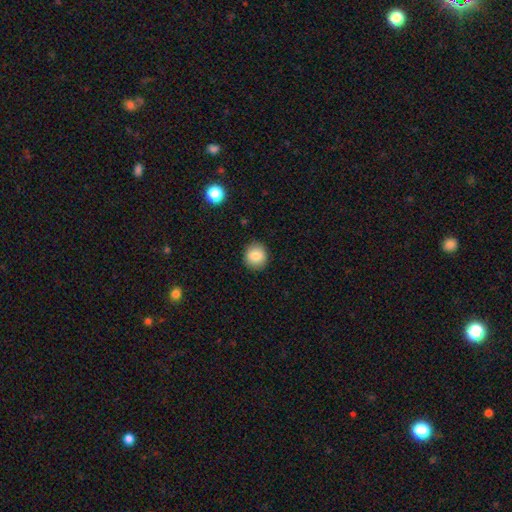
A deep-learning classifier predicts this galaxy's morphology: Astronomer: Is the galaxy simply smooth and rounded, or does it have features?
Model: smooth — 85%.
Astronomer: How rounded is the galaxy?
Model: round — 86%.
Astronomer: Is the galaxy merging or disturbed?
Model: none — 90%.